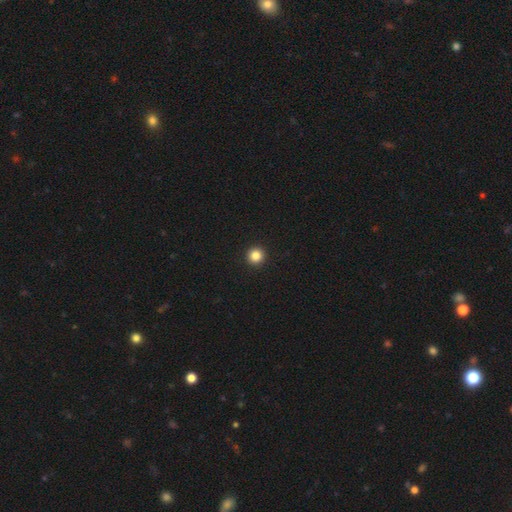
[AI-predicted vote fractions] smooth-or-featured: smooth: 85% | star or artifact: 11% | featured or disk: 4%
  how-rounded: round: 96% | in between: 3% | cigar-shaped: 1%
  merging: none: 94% | minor disturbance: 3% | major disturbance: 1% | merger: 1%